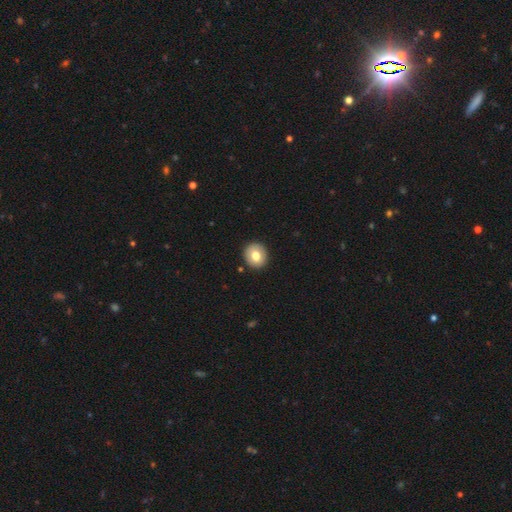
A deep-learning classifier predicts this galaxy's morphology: A smooth galaxy with no disk features (74%) that is round (85%). Merging: none (91%).